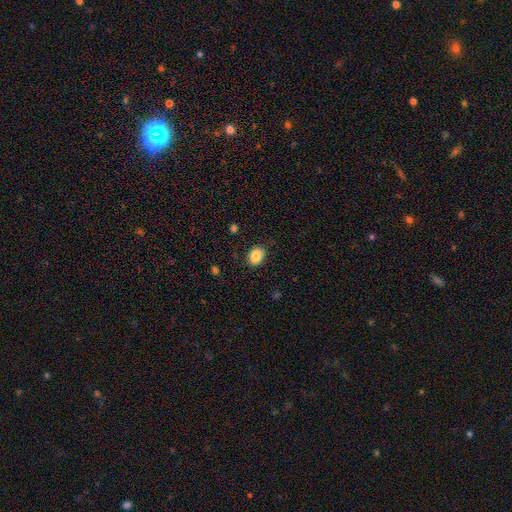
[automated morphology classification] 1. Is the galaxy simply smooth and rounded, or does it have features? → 84% smooth, 9% star or artifact, 7% featured or disk.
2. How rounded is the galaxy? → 61% in between, 38% round, 1% cigar-shaped.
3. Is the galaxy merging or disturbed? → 83% none, 13% minor disturbance, 3% major disturbance, 1% merger.